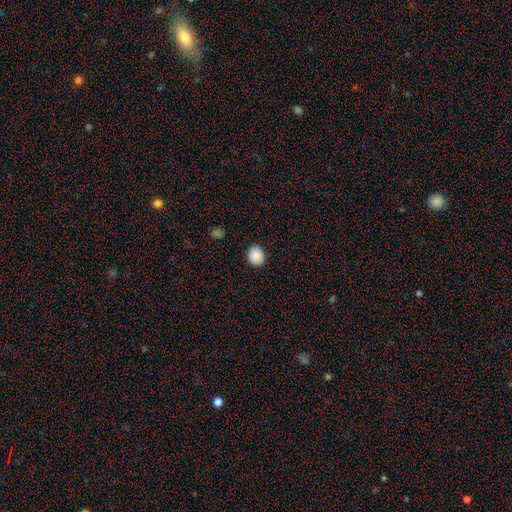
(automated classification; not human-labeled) A smooth galaxy with no disk features (89%) that is round (63%). Merging: none (86%).